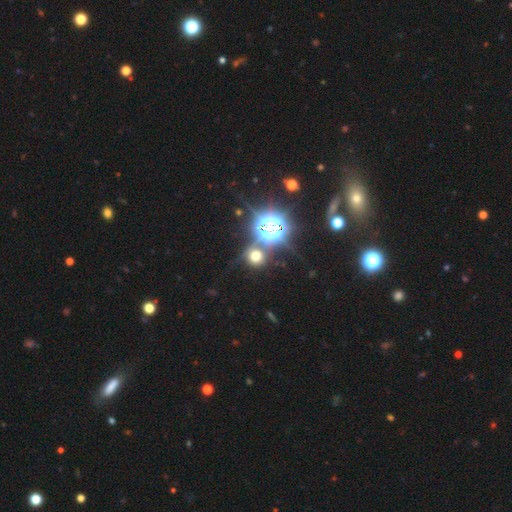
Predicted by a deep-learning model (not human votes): smooth-or-featured: smooth: 52% | star or artifact: 39% | featured or disk: 9%
  how-rounded: round: 90% | in between: 9% | cigar-shaped: 1%
  merging: none: 71% | merger: 14% | minor disturbance: 10% | major disturbance: 5%